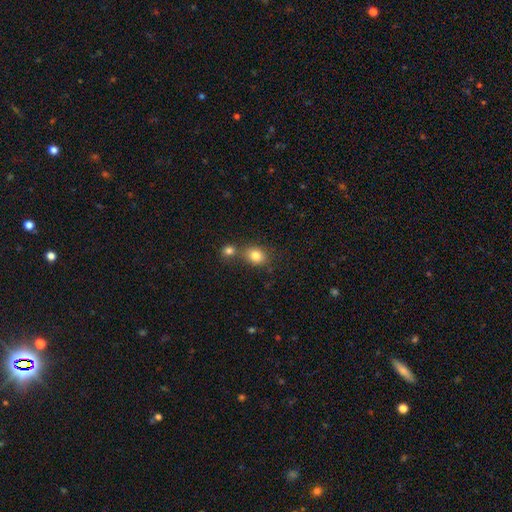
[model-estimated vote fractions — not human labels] Q: Smooth or featured?
A: smooth (82%); runner-up: star or artifact (11%)
Q: How rounded?
A: in between (49%); tied with: round (49%)
Q: Merging?
A: none (56%); runner-up: merger (30%)